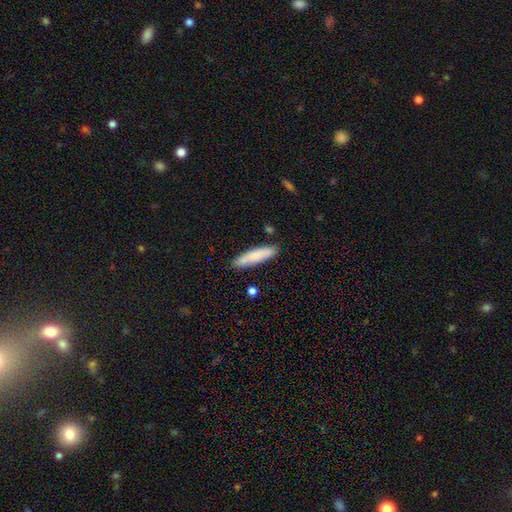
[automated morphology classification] Q: Smooth or featured?
A: smooth (80%); runner-up: featured or disk (14%)
Q: How rounded?
A: cigar-shaped (77%); runner-up: in between (22%)
Q: Merging?
A: none (85%); runner-up: minor disturbance (11%)